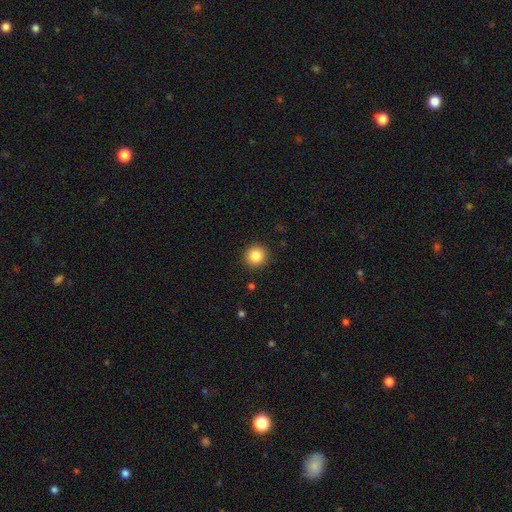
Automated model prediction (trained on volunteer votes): A smooth galaxy with no disk features (85%) that is round (93%).

Vote fractions:
- Smooth or featured? smooth: 85% / star or artifact: 10% / featured or disk: 5%
- How rounded? round: 93% / in between: 6% / cigar-shaped: 1%
- Merging? none: 91% / minor disturbance: 6% / major disturbance: 2% / merger: 1%